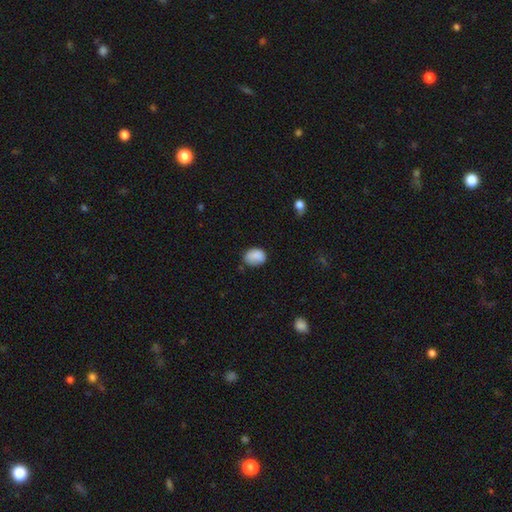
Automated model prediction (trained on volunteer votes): This appears to be a smooth galaxy with no disk features (85%) that is in between round and cigar-shaped (59%). Merging: none (63%).